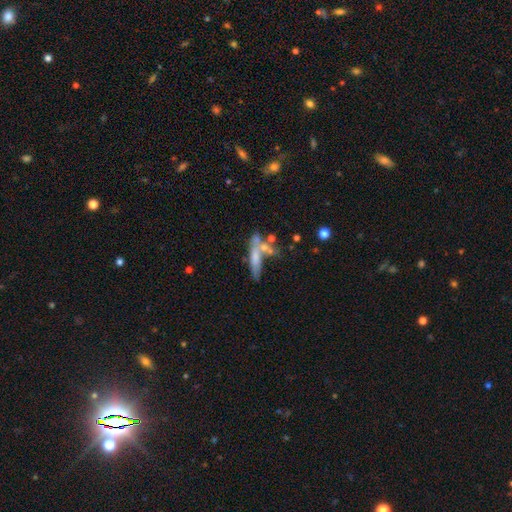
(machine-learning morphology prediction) This appears to be a smooth galaxy with no disk features (50%) that is cigar-shaped (75%). Merging: none (37%).